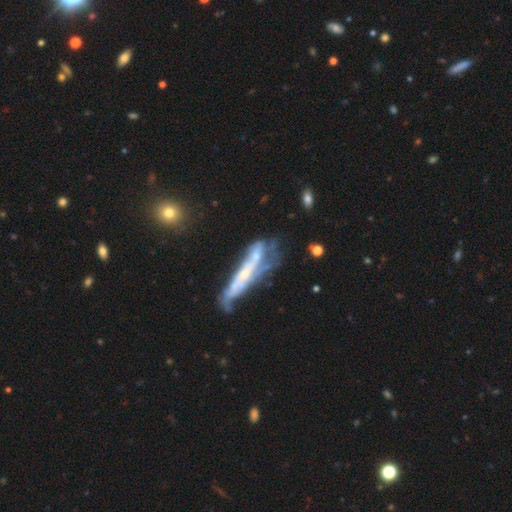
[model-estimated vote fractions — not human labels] Overall: featured or disk (57%; smooth 34%). Edge-on disk: no (58%; yes 42%). Merging: merger (39%; none 24%).